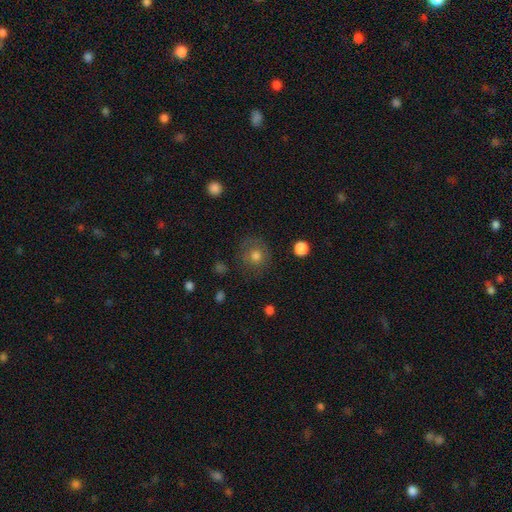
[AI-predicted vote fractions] Morphology: type=smooth (74%); roundness=round (88%); merging=none (77%).